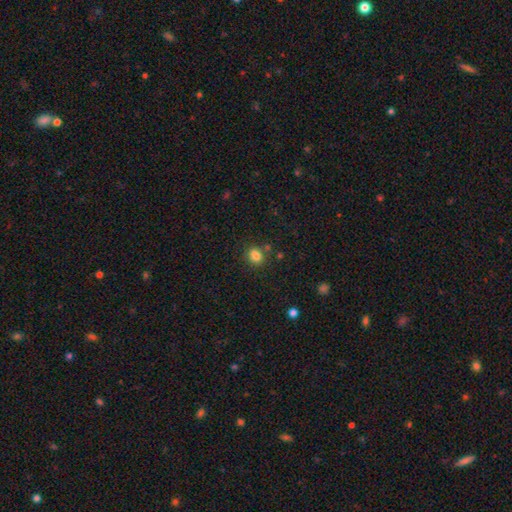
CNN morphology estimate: A smooth galaxy with no disk features (82%) that is round (51%). Merging: none (74%).